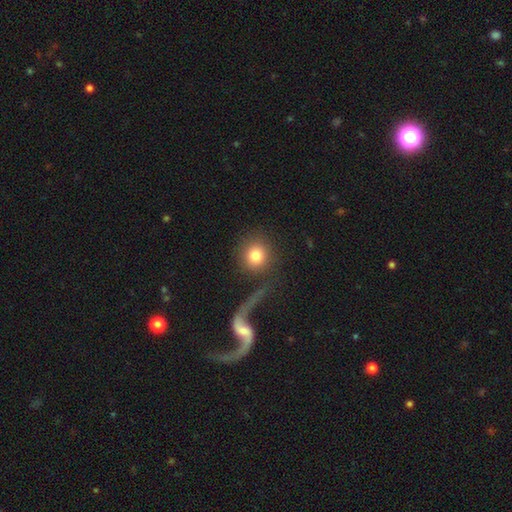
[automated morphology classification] A smooth galaxy with no disk features (81%) that is round (91%). Merging: none (74%).